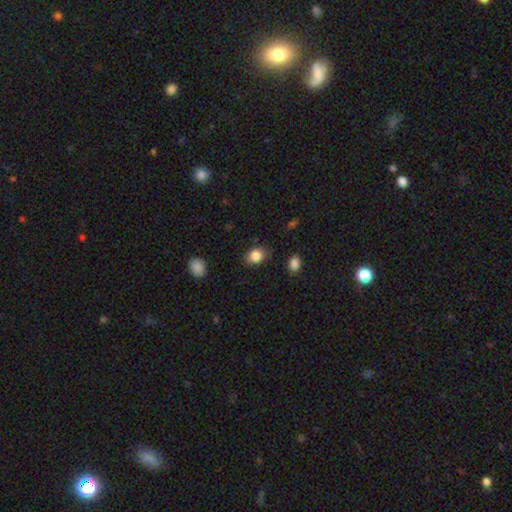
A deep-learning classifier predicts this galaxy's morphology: This is clearly a smooth galaxy (85%). How rounded: likely in between (61%). Merging: clearly none (82%).